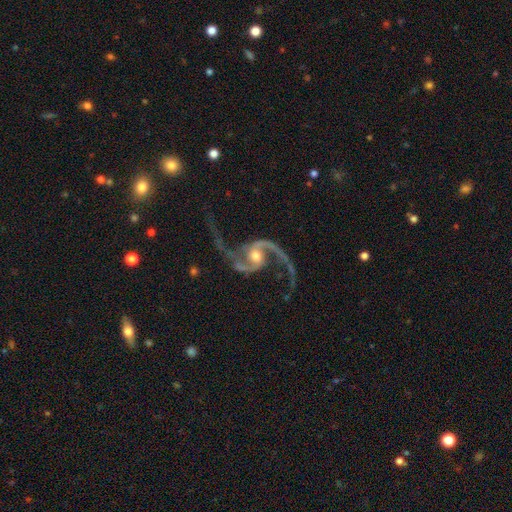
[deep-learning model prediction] featured or disk 93%, star or artifact 4%, smooth 2%. Down the decision tree: edge-on disk — no (98%); bar — no (50%); spiral arms — yes (98%); spiral arm count — 2 (94%); spiral winding — loose (69%); bulge size — moderate (62%); merging — none (70%).